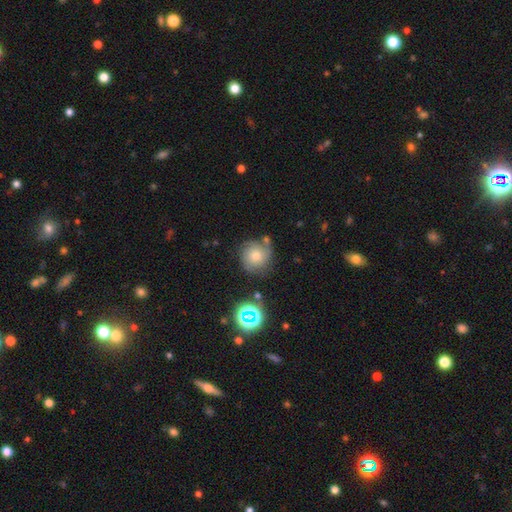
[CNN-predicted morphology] A smooth galaxy with no disk features (43%).

Vote fractions:
- Smooth or featured? smooth: 43% / featured or disk: 42% / star or artifact: 14%
- Merging? none: 65% / minor disturbance: 19% / merger: 8% / major disturbance: 8%